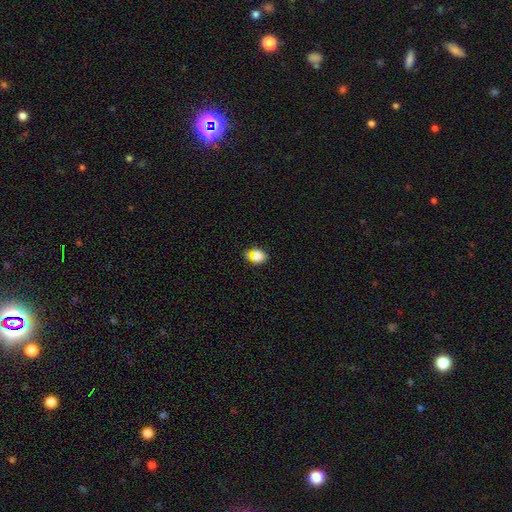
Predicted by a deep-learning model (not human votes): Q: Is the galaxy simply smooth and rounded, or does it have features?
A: smooth — 74%.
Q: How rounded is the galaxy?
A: in between — 57%.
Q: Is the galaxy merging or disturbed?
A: none — 64%.